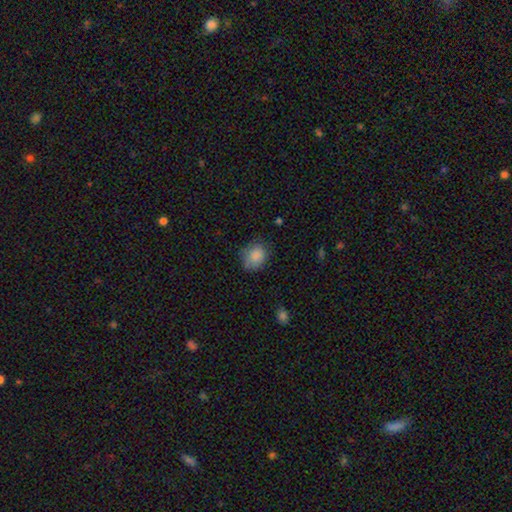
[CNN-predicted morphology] The model was most divided on "how rounded": round: 62%, in between: 37%, cigar-shaped: 1%. More confident: smooth or featured — smooth (85%); merging — none (68%).